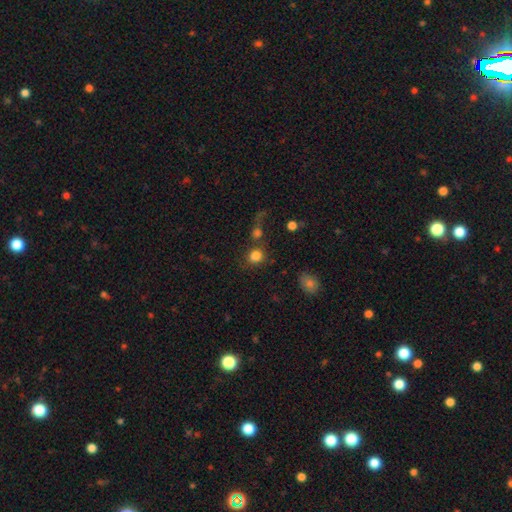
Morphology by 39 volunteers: type=smooth (87%); roundness=round (85%); merging=none (65%).